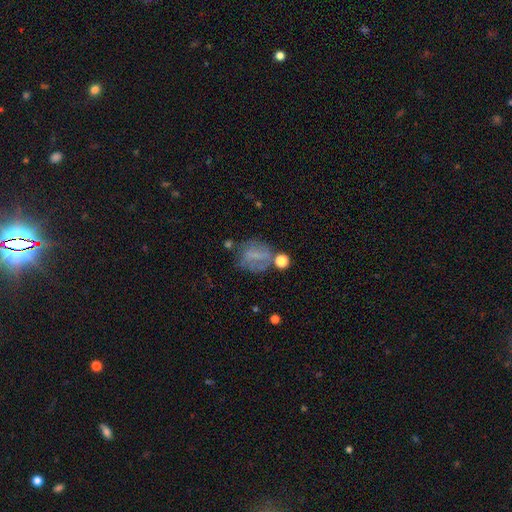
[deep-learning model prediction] This is marginally a featured or disk galaxy (43%). Merging: possibly none (47%).